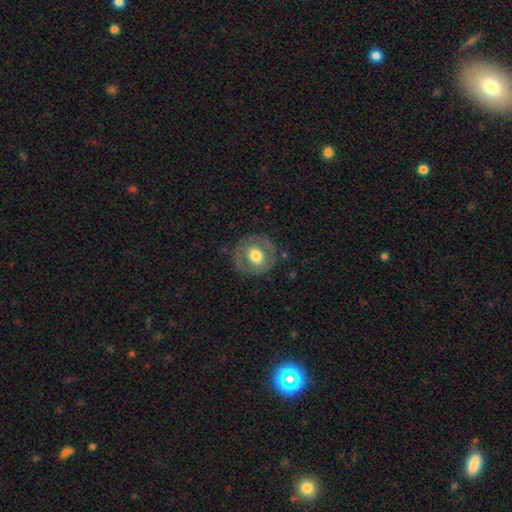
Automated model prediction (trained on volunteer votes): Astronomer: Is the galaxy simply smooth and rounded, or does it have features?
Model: smooth — 53% (runner-up: featured or disk, 39%).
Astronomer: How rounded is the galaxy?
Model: round — 86%.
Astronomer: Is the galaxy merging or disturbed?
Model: none — 78%.